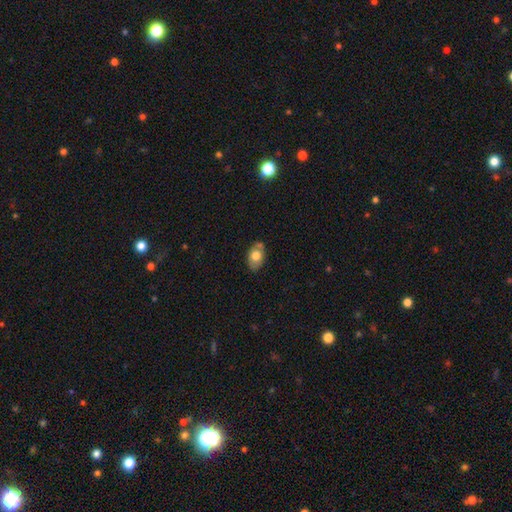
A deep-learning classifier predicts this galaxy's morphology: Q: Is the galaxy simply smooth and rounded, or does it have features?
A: smooth — 71%.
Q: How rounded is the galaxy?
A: in between — 83%.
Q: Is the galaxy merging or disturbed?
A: none — 62%.